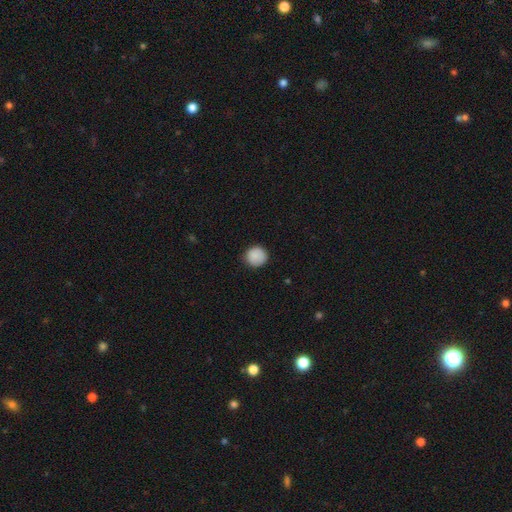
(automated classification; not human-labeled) This is clearly a smooth galaxy (88%). How rounded: clearly round (93%). Merging: clearly none (86%).